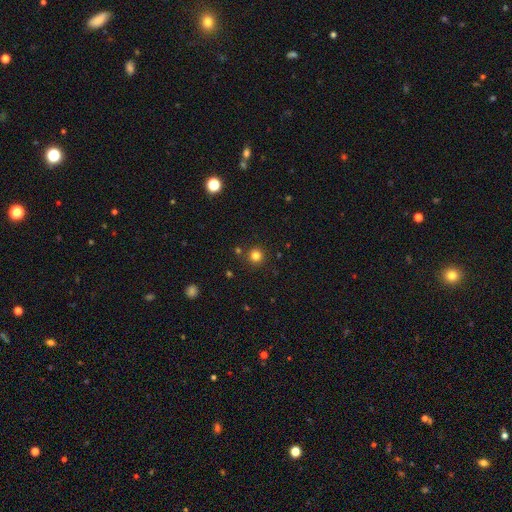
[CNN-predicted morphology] Smooth or featured?
  - smooth: 80% *
  - star or artifact: 15%
  - featured or disk: 5%
How rounded?
  - round: 95% *
  - in between: 4%
  - cigar-shaped: 1%
Merging?
  - none: 88% *
  - minor disturbance: 6%
  - merger: 4%
  - major disturbance: 2%